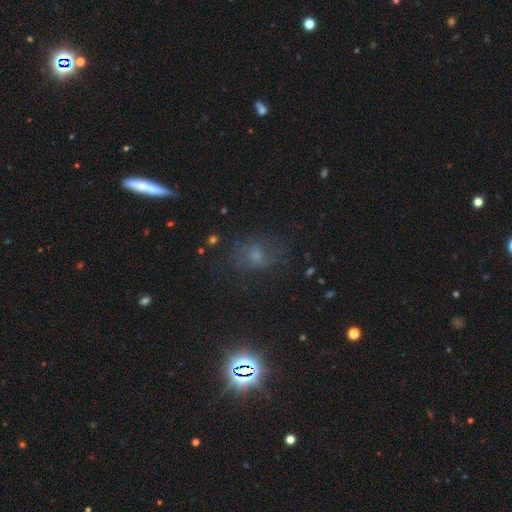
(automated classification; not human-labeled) Overall: smooth (48%; star or artifact 30%). Merging: none (66%).